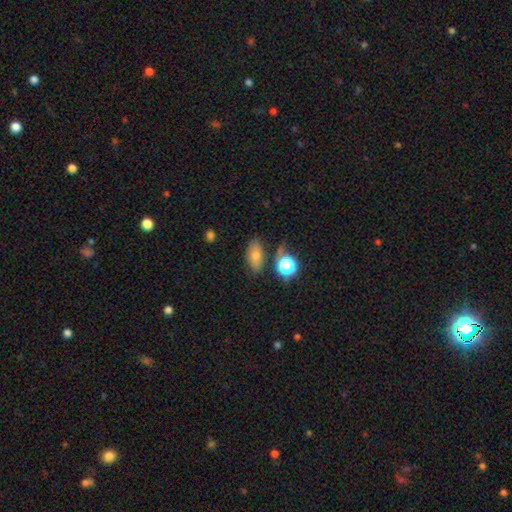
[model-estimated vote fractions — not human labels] This appears to be a smooth galaxy with no disk features (61%) that is in between round and cigar-shaped (80%). Merging: none (73%).